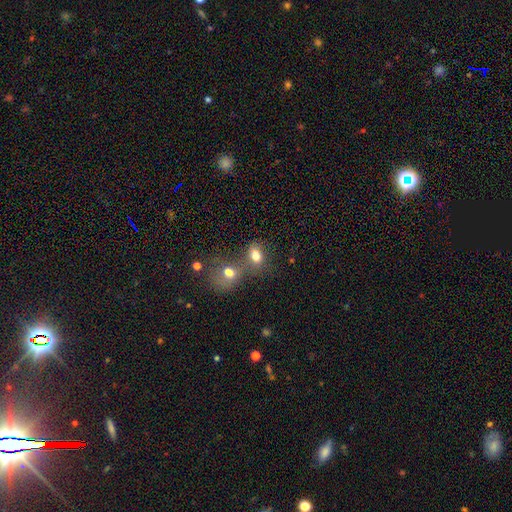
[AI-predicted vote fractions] Smooth or featured?
  - smooth: 77% *
  - star or artifact: 12%
  - featured or disk: 11%
How rounded?
  - in between: 62% *
  - round: 36%
  - cigar-shaped: 2%
Merging?
  - merger: 49% *
  - none: 36%
  - minor disturbance: 9%
  - major disturbance: 6%